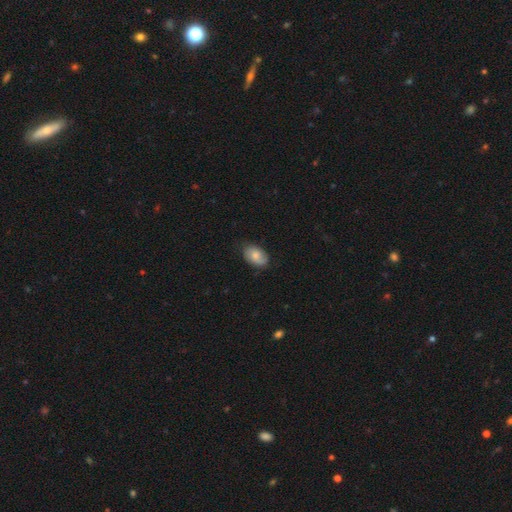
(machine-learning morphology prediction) Smooth or featured: smooth — 71% (featured or disk — 22%)
How rounded: in between — 89% (round — 9%)
Merging: none — 79% (minor disturbance — 17%)